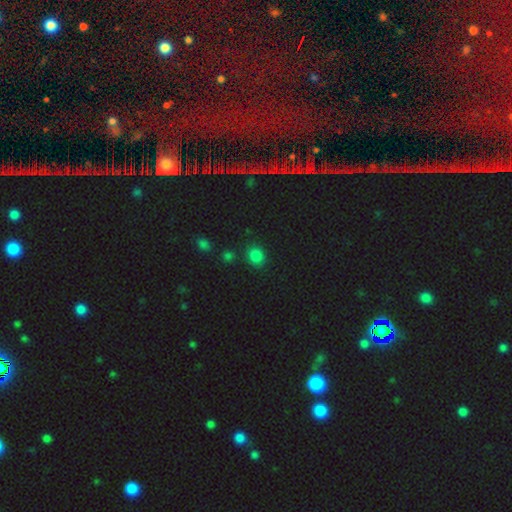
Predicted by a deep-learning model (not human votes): A smooth galaxy with no disk features (82%) that is round (74%). Merging: none (83%).